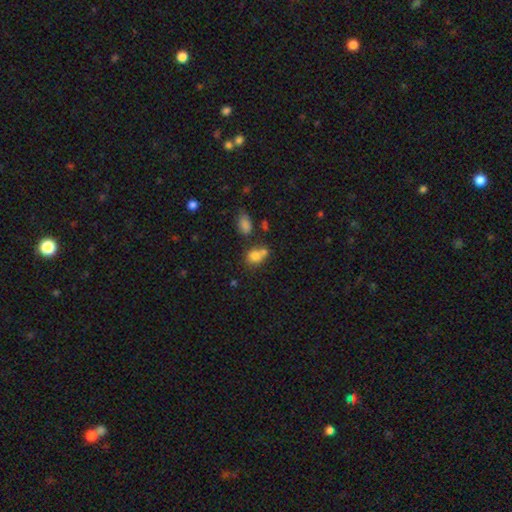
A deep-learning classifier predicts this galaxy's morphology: Overall: smooth (77%). How rounded: round (52%; in between 47%). Merging: merger (41%; none 39%).